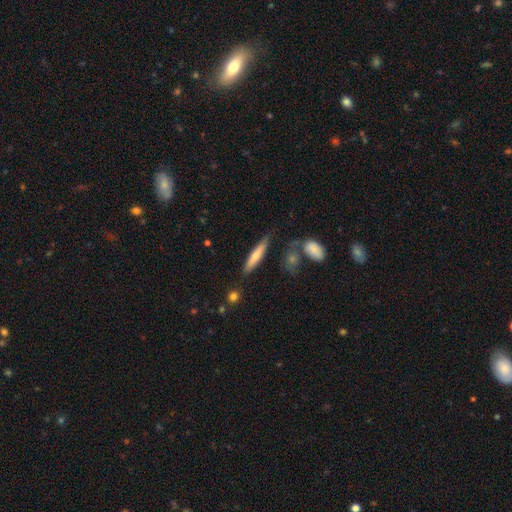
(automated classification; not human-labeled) Smooth or featured? Predicted: smooth (p=0.65). How rounded? Predicted: cigar-shaped (p=0.84). Merging? Predicted: none (p=0.76).